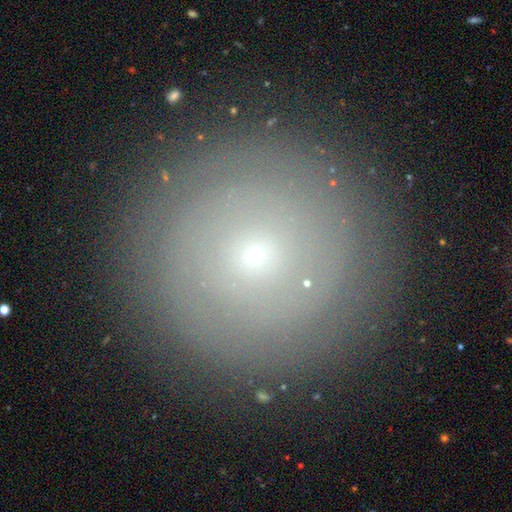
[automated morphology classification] This appears to be a smooth galaxy with no disk features (45%). Merging: none (88%).